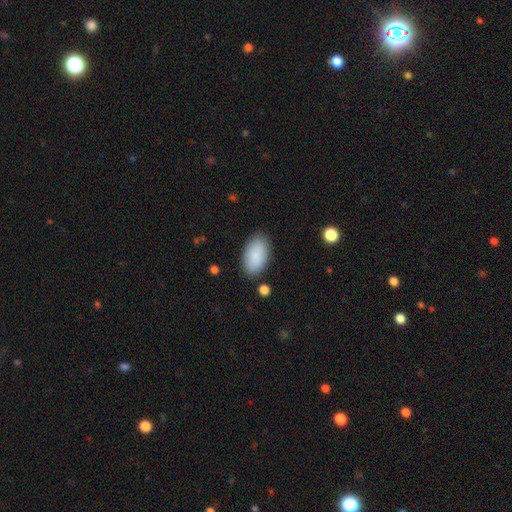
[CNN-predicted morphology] Smooth or featured? Predicted: smooth (p=0.89). How rounded? Predicted: in between (p=0.95). Merging? Predicted: none (p=0.86).